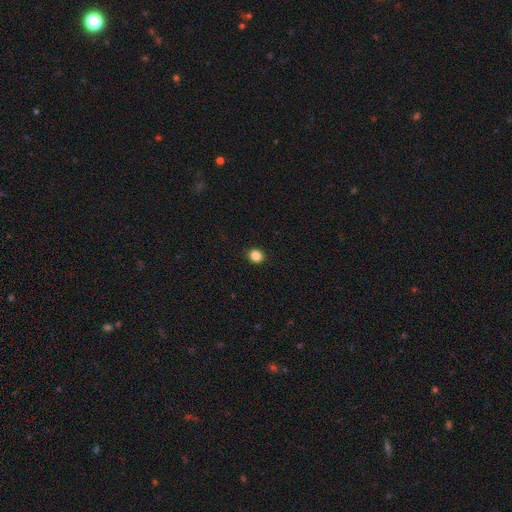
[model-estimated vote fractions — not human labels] Smooth or featured? smooth (86%)
How rounded? round (74%)
Merging? none (92%)